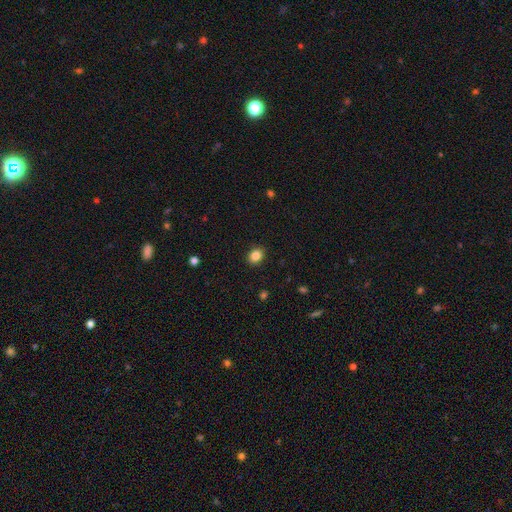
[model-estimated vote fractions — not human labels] Smooth or featured?
  - smooth: 85% *
  - star or artifact: 10%
  - featured or disk: 5%
How rounded?
  - round: 55% *
  - in between: 44%
  - cigar-shaped: 1%
Merging?
  - none: 90% *
  - minor disturbance: 7%
  - major disturbance: 2%
  - merger: 1%